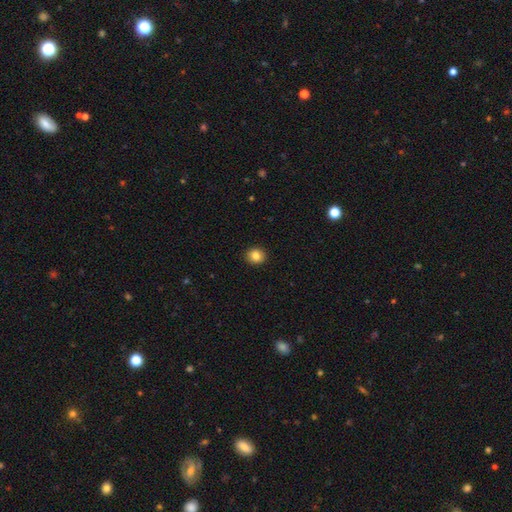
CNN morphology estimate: smooth 85%, star or artifact 10%, featured or disk 6%. Down the decision tree: how rounded — round (82%); merging — none (92%).